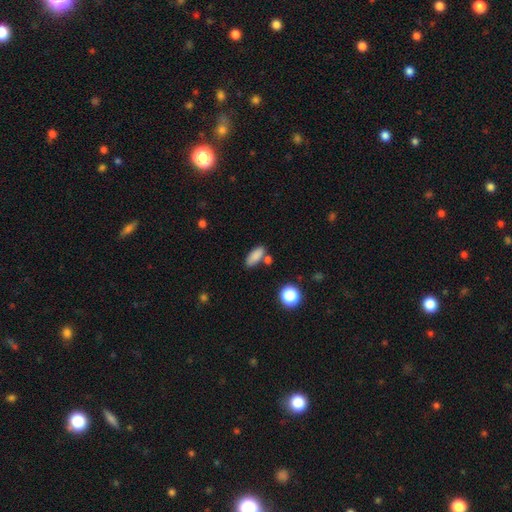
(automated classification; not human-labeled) The model was most divided on "how rounded": in between: 75%, cigar-shaped: 21%, round: 4%. More confident: smooth or featured — smooth (85%); merging — none (70%).